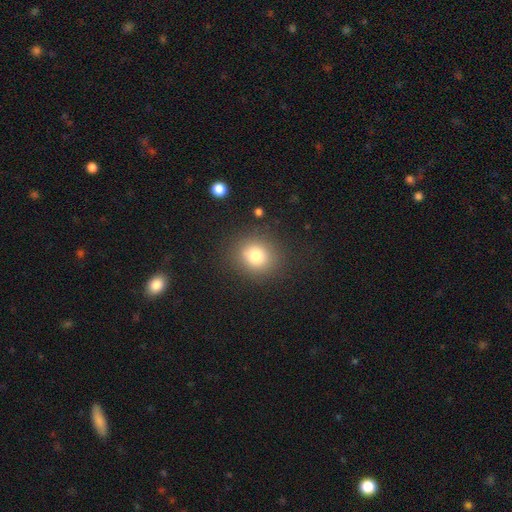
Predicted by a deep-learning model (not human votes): smooth_or_featured: smooth (p=0.78) [alt: star or artifact p=0.13]
how_rounded: round (p=0.81) [alt: in between p=0.18]
merging: none (p=0.86) [alt: minor disturbance p=0.09]